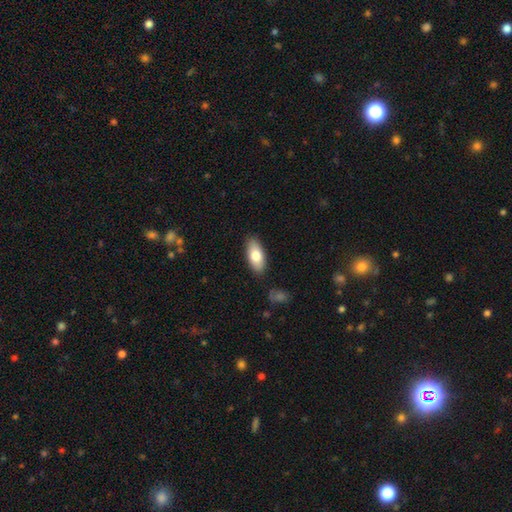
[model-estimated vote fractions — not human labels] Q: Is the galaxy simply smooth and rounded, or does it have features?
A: smooth — 78%.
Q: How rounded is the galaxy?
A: in between — 87%.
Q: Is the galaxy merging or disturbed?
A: none — 87%.